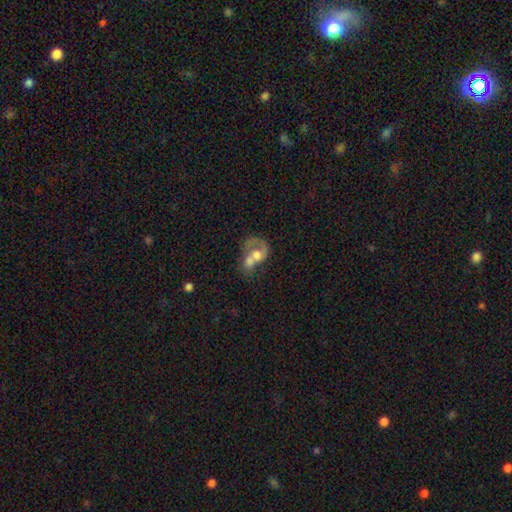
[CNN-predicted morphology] smooth-or-featured: featured or disk: 54% | smooth: 38% | star or artifact: 8%
  disk-edge-on: no: 97% | yes: 3%
    bar: no: 78% | weak: 18% | strong: 4%
    has-spiral-arms: yes: 58% | no: 42%
    bulge-size: moderate: 48% | large: 29% | small: 11% | none: 8% | dominant: 4%
  merging: merger: 71% | major disturbance: 12% | none: 10% | minor disturbance: 6%